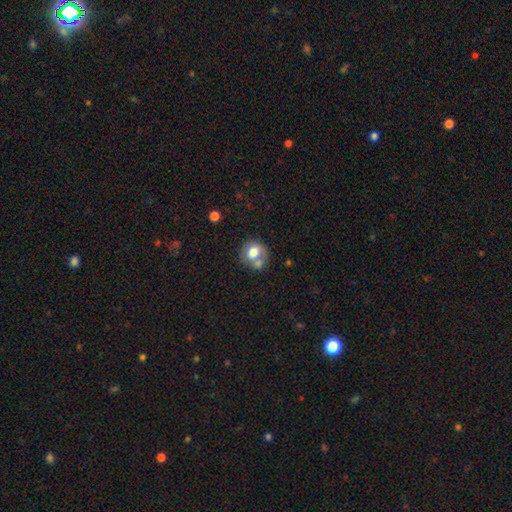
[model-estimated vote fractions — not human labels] Smooth or featured: smooth — 69% (featured or disk — 22%)
How rounded: round — 73% (in between — 26%)
Merging: none — 46% (merger — 32%)